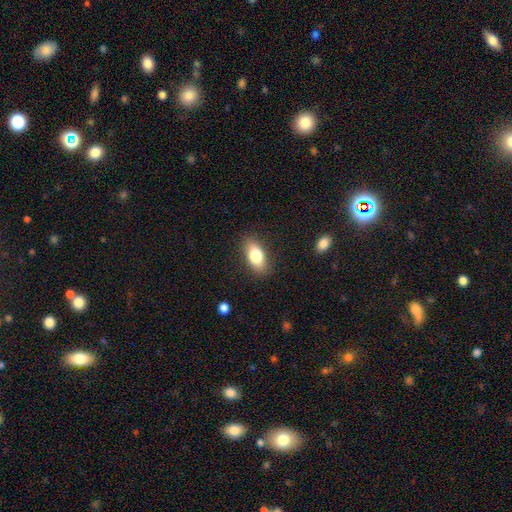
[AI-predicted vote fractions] smooth 77%, featured or disk 15%, star or artifact 7%. Down the decision tree: how rounded — in between (84%); merging — none (85%).